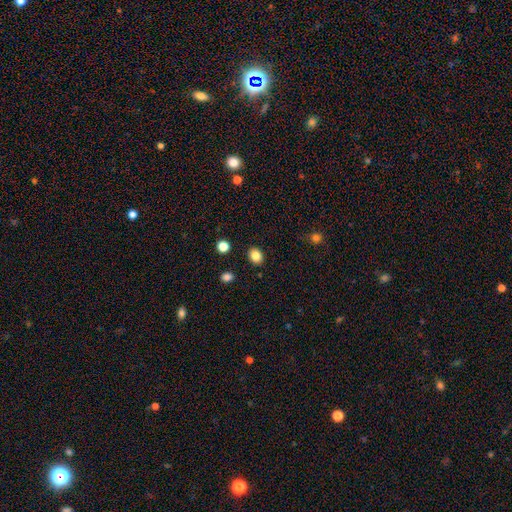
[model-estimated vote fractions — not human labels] Morphology: type=smooth (85%); roundness=round (53%); merging=none (89%).